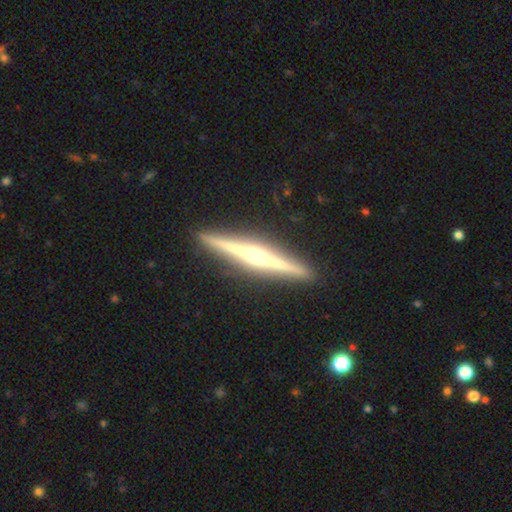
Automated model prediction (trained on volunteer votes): The model was most divided on "smooth or featured": featured or disk: 84%, smooth: 11%, star or artifact: 5%. More confident: edge-on disk — yes (99%); merging — none (92%); edge-on bulge — rounded (91%).